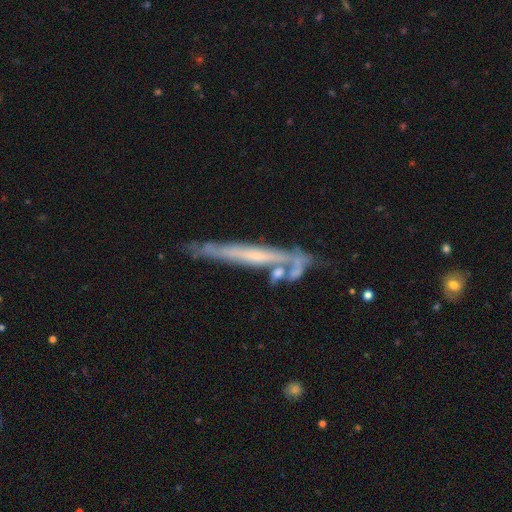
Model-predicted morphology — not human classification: Q: Smooth or featured?
A: featured or disk (66%); runner-up: smooth (26%)
Q: Edge-on disk?
A: yes (84%); runner-up: no (16%)
Q: Edge-on bulge?
A: none (69%); runner-up: rounded (24%)
Q: Merging?
A: none (57%); runner-up: minor disturbance (20%)